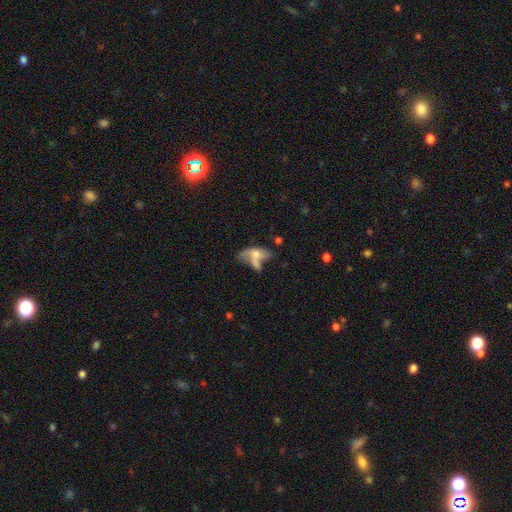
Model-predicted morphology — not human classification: This is possibly a smooth galaxy (48%). Merging: marginally merger (42%).